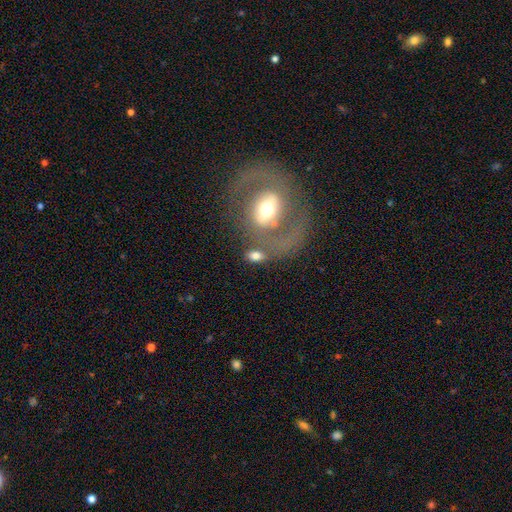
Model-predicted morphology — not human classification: Smooth or featured? Predicted: smooth (p=0.62). How rounded? Predicted: in between (p=0.79). Merging? Predicted: none (p=0.51).